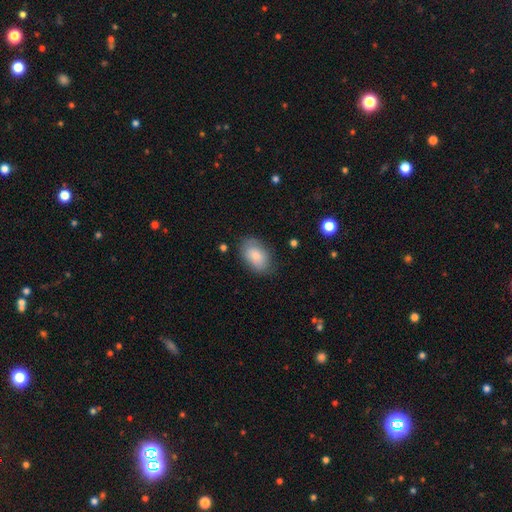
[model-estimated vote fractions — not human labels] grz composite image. It shows a smooth galaxy with no disk features (80%) that is in between round and cigar-shaped (88%). Merging: none (74%).